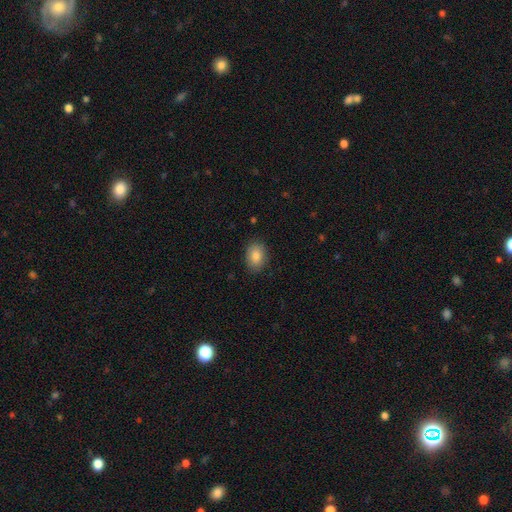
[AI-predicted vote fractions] Smooth or featured? Predicted: smooth (p=0.85). How rounded? Predicted: in between (p=0.69). Merging? Predicted: none (p=0.87).